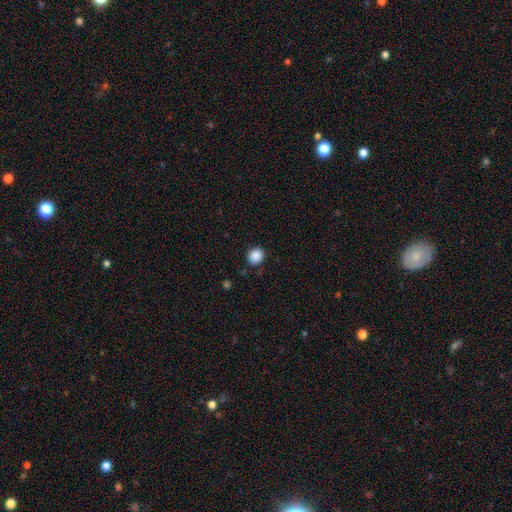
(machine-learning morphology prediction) smooth 88%, star or artifact 9%, featured or disk 3%. Down the decision tree: how rounded — round (78%); merging — none (88%).